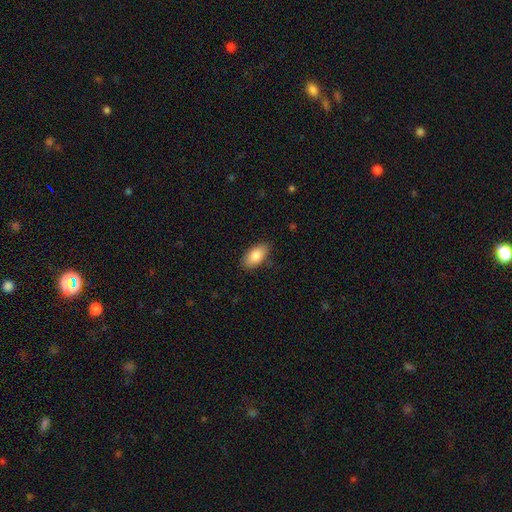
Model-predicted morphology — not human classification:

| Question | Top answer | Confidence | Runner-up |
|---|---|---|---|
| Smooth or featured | smooth | 83% | featured or disk (11%) |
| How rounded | in between | 93% | round (4%) |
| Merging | none | 86% | minor disturbance (11%) |